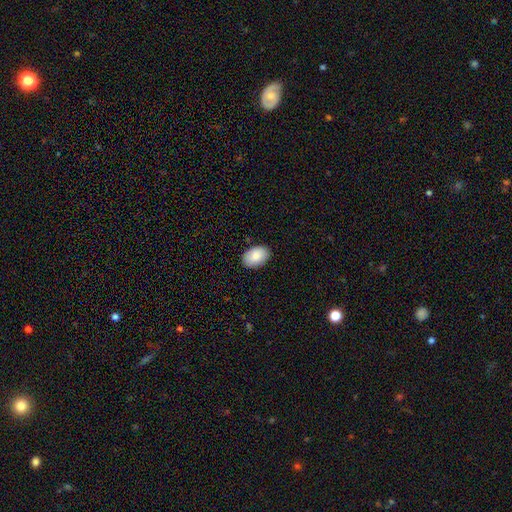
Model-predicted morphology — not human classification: Smooth or featured? smooth (86%)
How rounded? in between (89%)
Merging? none (88%)